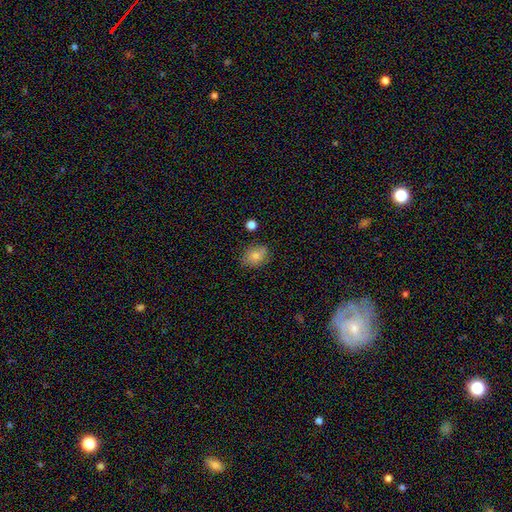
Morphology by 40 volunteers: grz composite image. It shows a smooth galaxy with no disk features (85%) that is in between round and cigar-shaped (68%). Merging: none (97%).